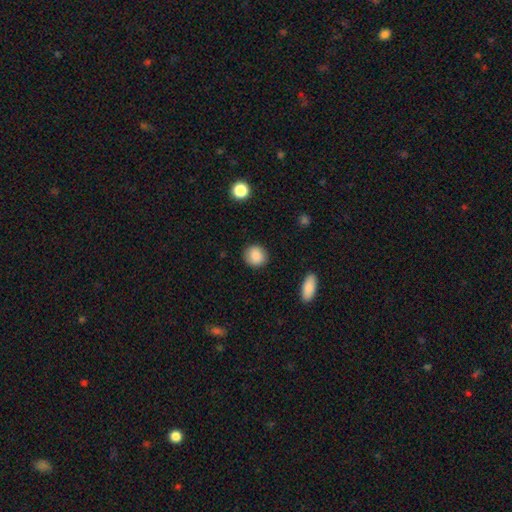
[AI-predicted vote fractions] smooth-or-featured: smooth: 88% | star or artifact: 8% | featured or disk: 4%
  how-rounded: round: 84% | in between: 15% | cigar-shaped: 1%
  merging: none: 89% | minor disturbance: 7% | major disturbance: 2% | merger: 1%